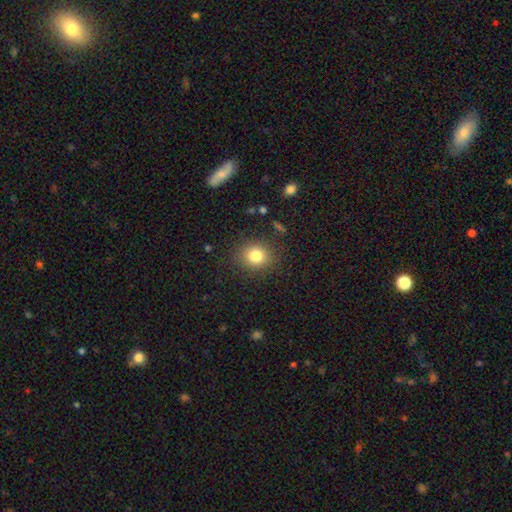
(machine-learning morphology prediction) A smooth galaxy with no disk features (81%) that is round (78%).

Vote fractions:
- Smooth or featured? smooth: 81% / star or artifact: 12% / featured or disk: 7%
- How rounded? round: 78% / in between: 21% / cigar-shaped: 1%
- Merging? none: 87% / minor disturbance: 9% / major disturbance: 3% / merger: 1%